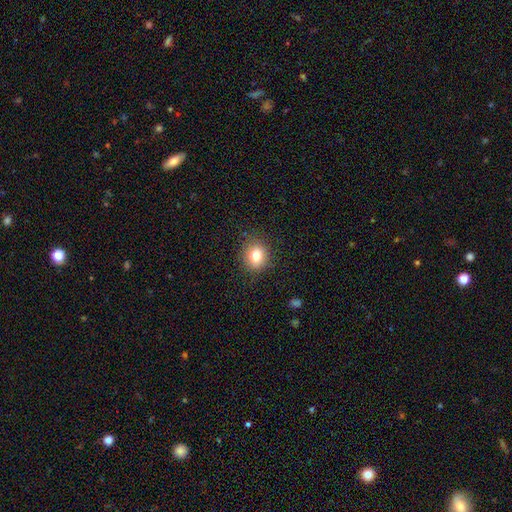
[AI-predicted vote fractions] Overall: smooth (78%). How rounded: round (77%). Merging: none (87%).